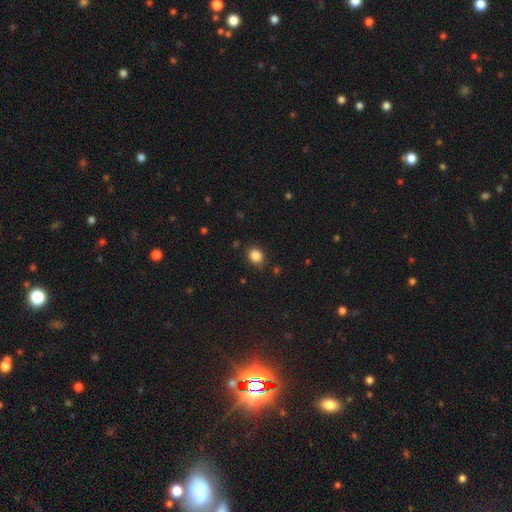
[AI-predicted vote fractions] smooth 86%, star or artifact 10%, featured or disk 4%. Down the decision tree: how rounded — round (61%); merging — none (85%).